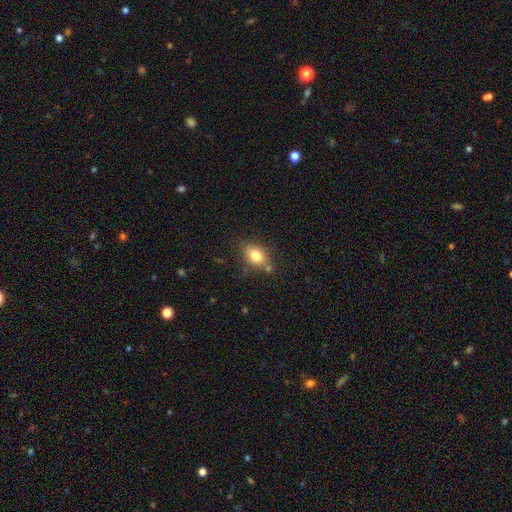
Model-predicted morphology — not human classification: smooth 79%, featured or disk 11%, star or artifact 9%. Down the decision tree: how rounded — in between (77%); merging — none (73%).